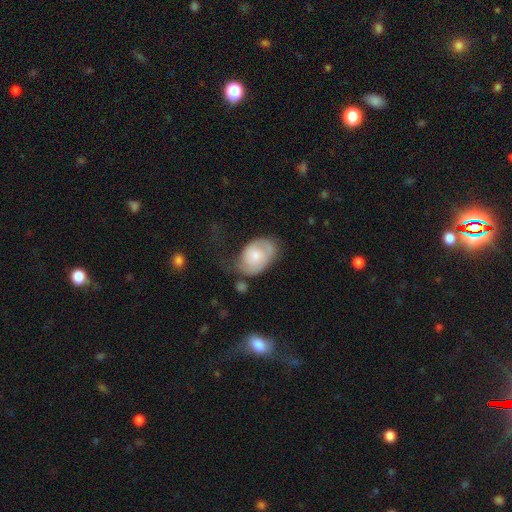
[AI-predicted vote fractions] Overall: smooth (51%; featured or disk 43%). How rounded: in between (85%). Merging: none (34%; minor disturbance 32%).